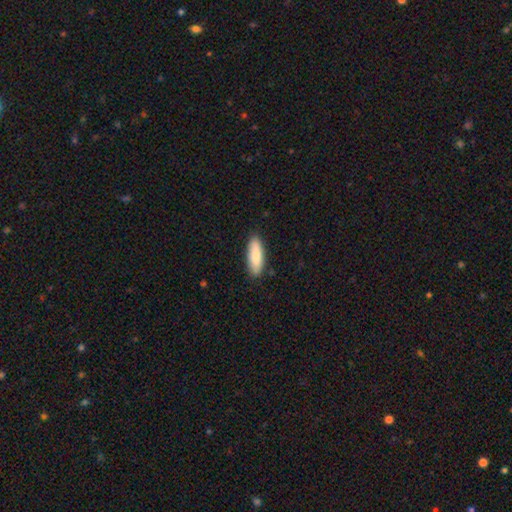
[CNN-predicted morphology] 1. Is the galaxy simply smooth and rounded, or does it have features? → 83% smooth, 12% featured or disk, 5% star or artifact.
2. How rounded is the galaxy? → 54% in between, 45% cigar-shaped, 2% round.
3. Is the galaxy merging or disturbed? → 87% none, 10% minor disturbance, 2% major disturbance, 1% merger.